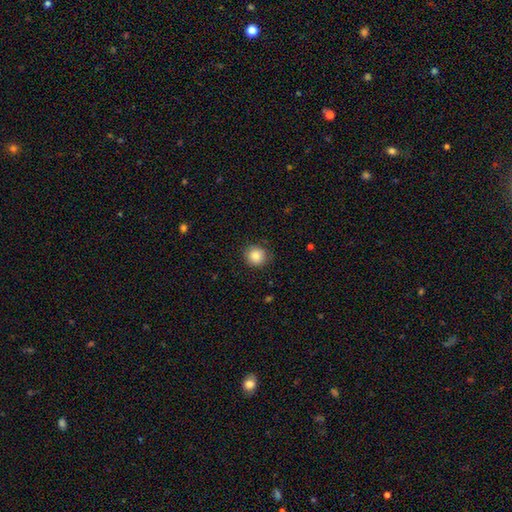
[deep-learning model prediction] A smooth galaxy with no disk features (85%) that is round (88%).

Vote fractions:
- Smooth or featured? smooth: 85% / star or artifact: 9% / featured or disk: 6%
- How rounded? round: 88% / in between: 11% / cigar-shaped: 1%
- Merging? none: 85% / minor disturbance: 11% / major disturbance: 3% / merger: 1%